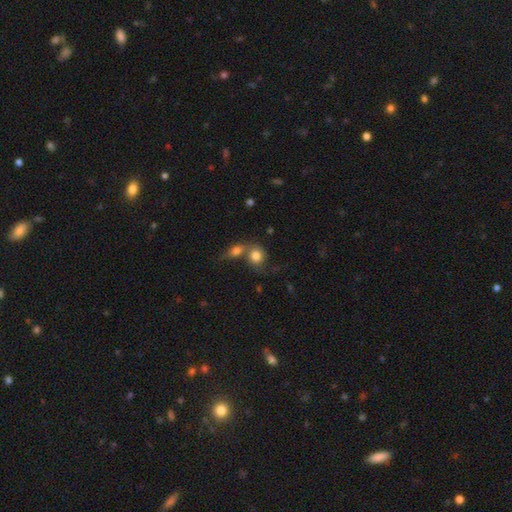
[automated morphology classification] Overall: smooth (77%). How rounded: round (73%). Merging: merger (55%; none 30%).